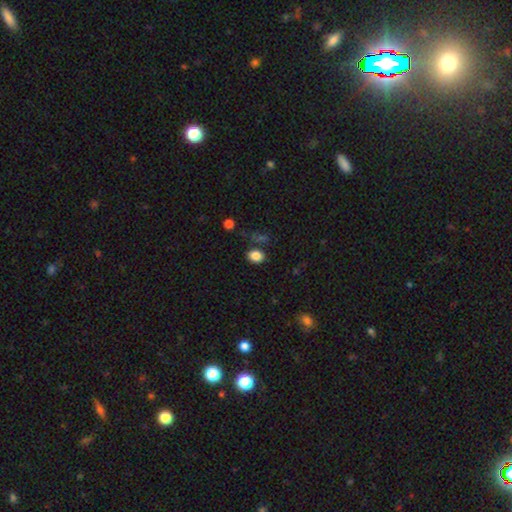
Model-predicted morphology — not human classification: Q: Smooth or featured?
A: smooth (85%); runner-up: star or artifact (10%)
Q: How rounded?
A: in between (60%); runner-up: round (39%)
Q: Merging?
A: none (80%); runner-up: minor disturbance (12%)